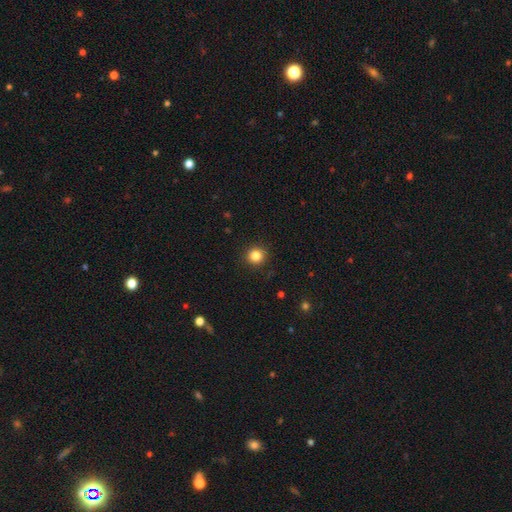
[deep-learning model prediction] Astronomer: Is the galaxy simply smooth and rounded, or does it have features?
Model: smooth — 84%.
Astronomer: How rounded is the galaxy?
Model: round — 94%.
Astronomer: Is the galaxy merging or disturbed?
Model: none — 92%.